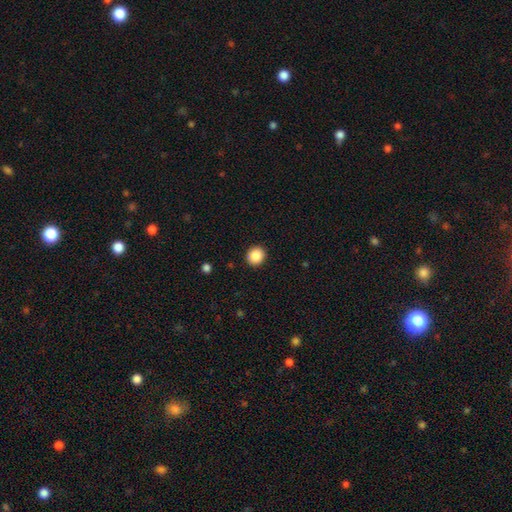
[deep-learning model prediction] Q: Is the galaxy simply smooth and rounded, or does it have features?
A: smooth — 88%.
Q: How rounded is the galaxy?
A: round — 83%.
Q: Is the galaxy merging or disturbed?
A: none — 91%.